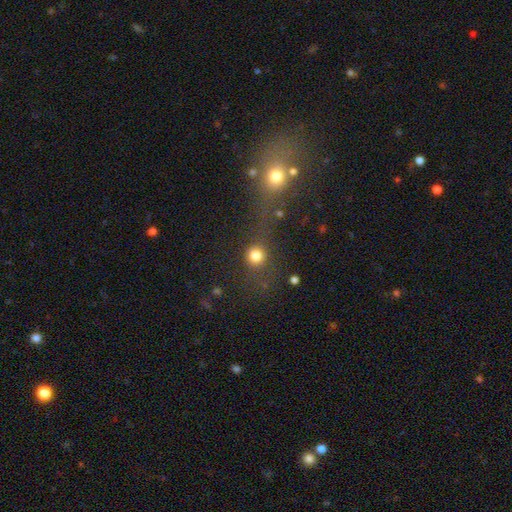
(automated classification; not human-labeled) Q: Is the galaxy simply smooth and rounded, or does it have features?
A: smooth — 79%.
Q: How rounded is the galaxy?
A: round — 88%.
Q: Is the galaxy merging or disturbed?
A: none — 61%.